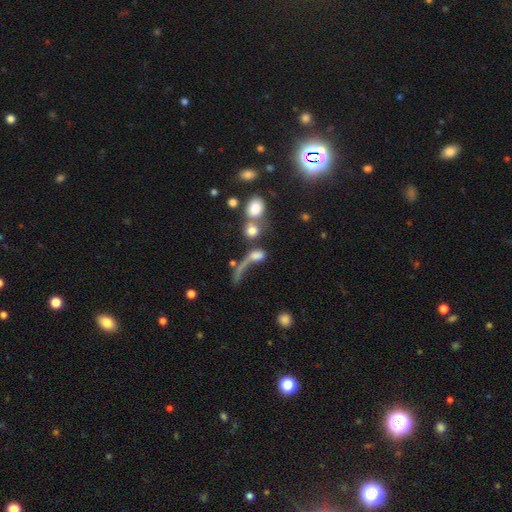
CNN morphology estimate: This appears to be a smooth galaxy with no disk features (58%) that is in between round and cigar-shaped (44%). Merging: merger (46%).